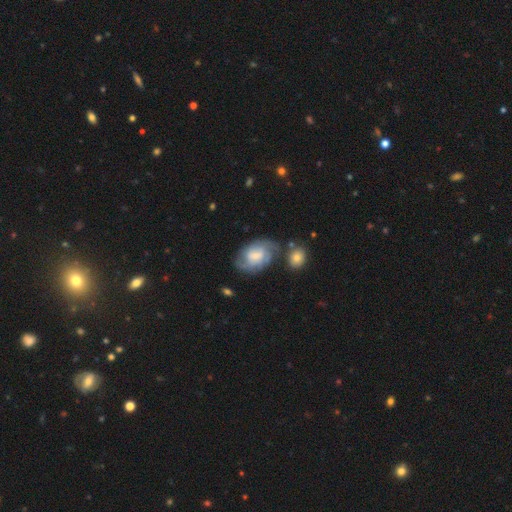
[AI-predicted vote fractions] A featured or disk galaxy (66%) with no bar (48%), 2 (37%) medium (43%) spiral arms (87%) and a small central bulge (47%).

Vote fractions:
- Smooth or featured? featured or disk: 66% / smooth: 27% / star or artifact: 7%
- Edge-on disk? no: 97% / yes: 3%
- Bar? no: 48% / weak: 44% / strong: 8%
- Spiral arms? yes: 87% / no: 13%
- Spiral winding? medium: 43% / tight: 40% / loose: 17%
- Spiral arm count? 2: 37% / can't tell: 36% / 3: 15% / 4: 5% / 1: 4% / more than 4: 3%
- Bulge size? small: 47% / moderate: 29% / none: 13% / large: 9% / dominant: 2%
- Merging? none: 60% / minor disturbance: 21% / major disturbance: 11% / merger: 8%